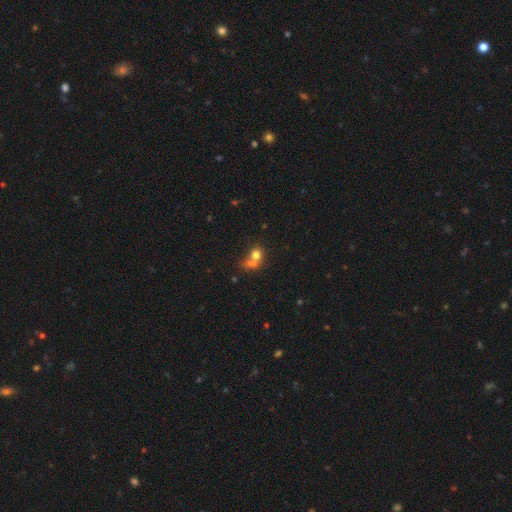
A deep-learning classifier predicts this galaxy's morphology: This appears to be a smooth galaxy with no disk features (72%) that is round (68%). Merging: merger (53%).